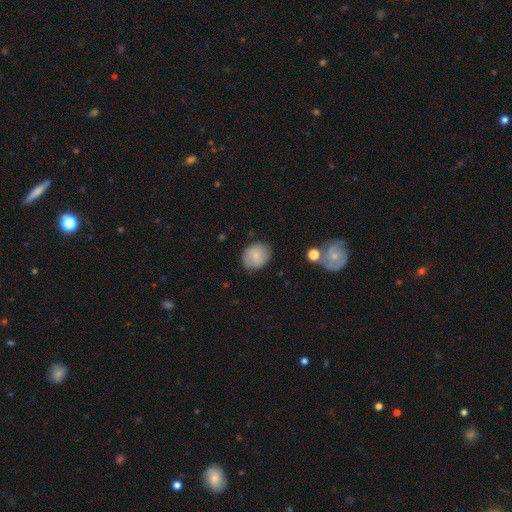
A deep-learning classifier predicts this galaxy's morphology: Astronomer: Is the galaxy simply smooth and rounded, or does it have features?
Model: smooth — 67%.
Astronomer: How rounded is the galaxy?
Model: round — 65%.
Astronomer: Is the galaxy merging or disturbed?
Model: none — 80%.